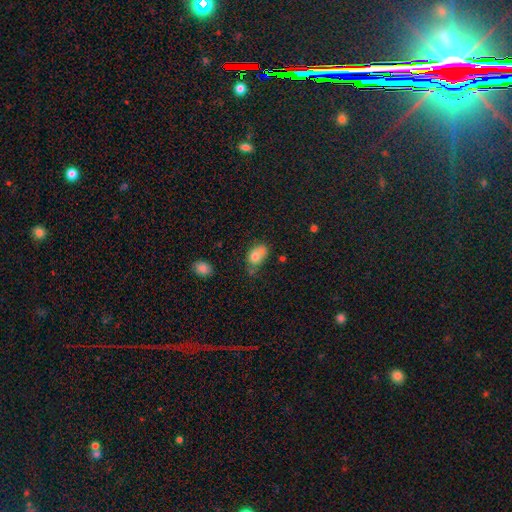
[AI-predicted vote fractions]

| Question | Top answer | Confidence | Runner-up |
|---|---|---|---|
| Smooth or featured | smooth | 76% | featured or disk (14%) |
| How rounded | in between | 81% | round (17%) |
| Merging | none | 38% | minor disturbance (33%) |